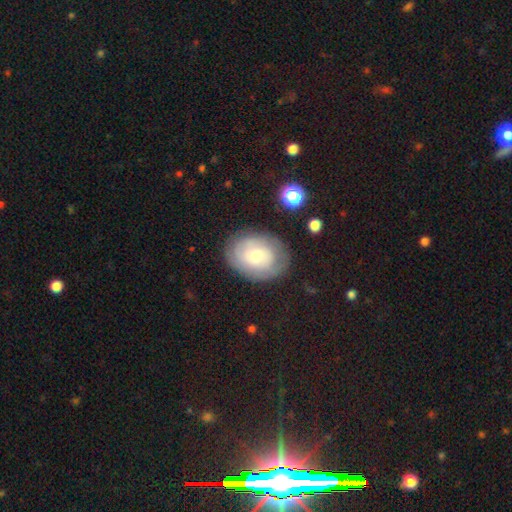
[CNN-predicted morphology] Q: Smooth or featured?
A: smooth (47%); runner-up: featured or disk (45%)
Q: Merging?
A: none (75%); runner-up: minor disturbance (17%)